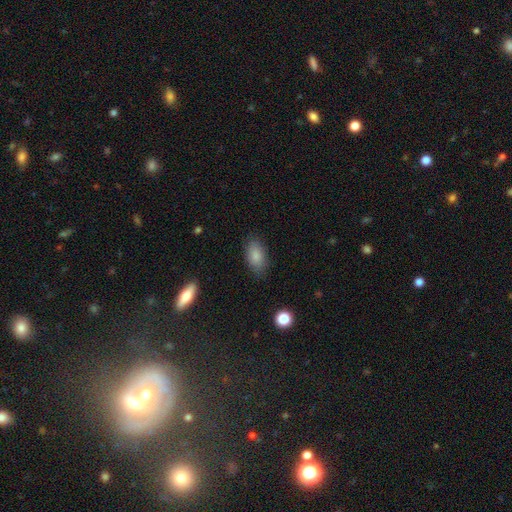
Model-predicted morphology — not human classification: Smooth or featured: smooth — 85% (star or artifact — 7%)
How rounded: in between — 92% (round — 5%)
Merging: none — 82% (minor disturbance — 13%)